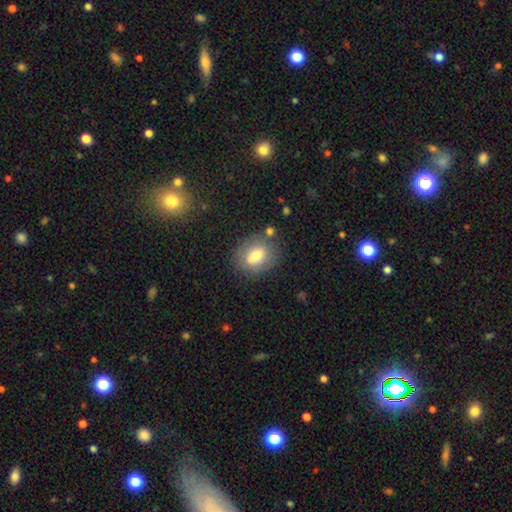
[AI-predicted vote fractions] Smooth or featured: smooth — 72% (featured or disk — 19%)
How rounded: in between — 58% (round — 40%)
Merging: none — 76% (minor disturbance — 14%)